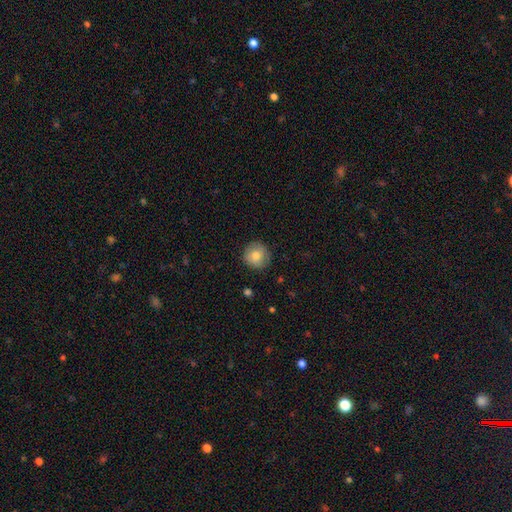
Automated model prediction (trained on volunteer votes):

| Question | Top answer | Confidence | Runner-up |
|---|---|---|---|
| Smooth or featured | smooth | 79% | featured or disk (13%) |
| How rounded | round | 94% | in between (5%) |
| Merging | none | 86% | minor disturbance (11%) |